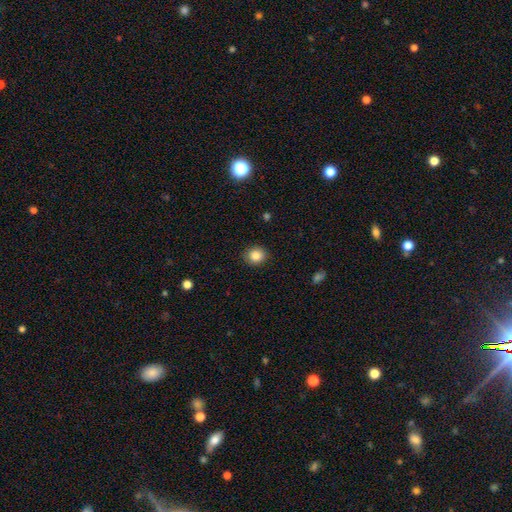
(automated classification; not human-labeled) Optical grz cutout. It shows a smooth galaxy with no disk features (86%) that is round (82%). Merging: none (90%).